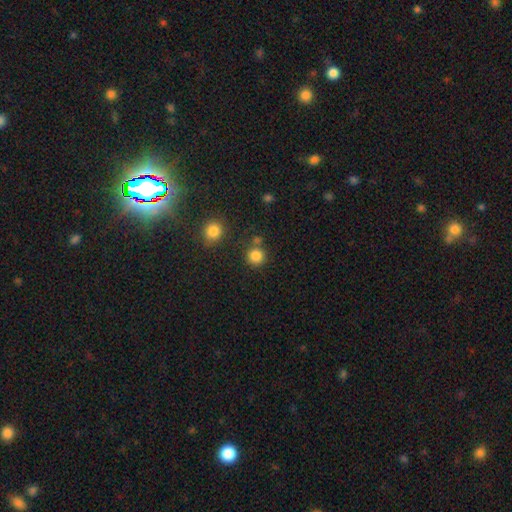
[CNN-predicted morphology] type=smooth (83%); roundness=round (92%); merging=none (77%).